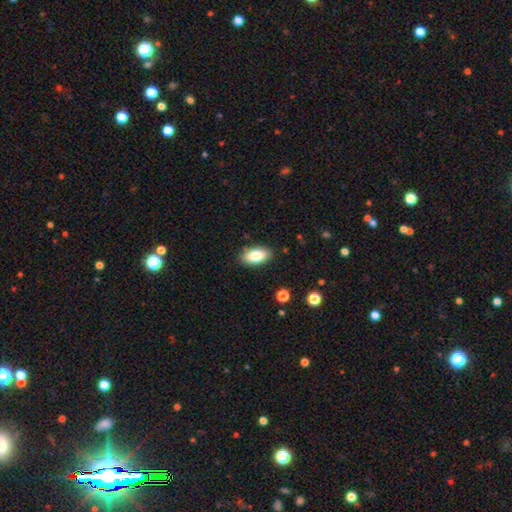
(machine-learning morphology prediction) This is clearly a smooth galaxy (81%). How rounded: clearly in between (91%). Merging: clearly none (87%).